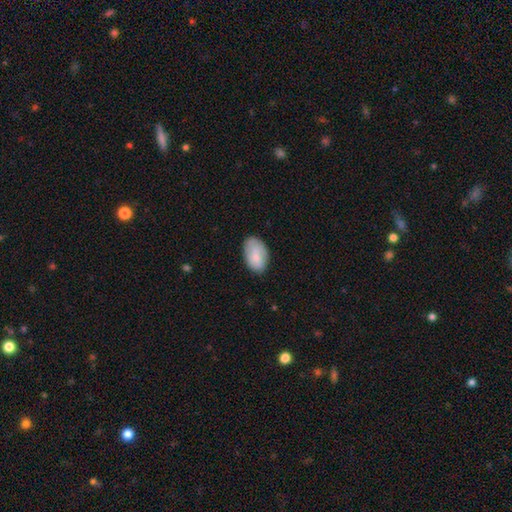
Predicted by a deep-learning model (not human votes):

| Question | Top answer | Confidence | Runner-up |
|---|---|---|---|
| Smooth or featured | smooth | 76% | featured or disk (18%) |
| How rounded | in between | 92% | round (6%) |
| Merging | none | 75% | minor disturbance (19%) |